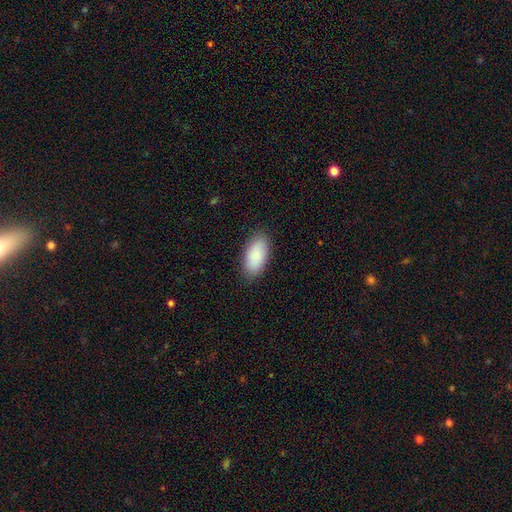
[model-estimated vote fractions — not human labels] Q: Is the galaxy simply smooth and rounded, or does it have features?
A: smooth — 89%.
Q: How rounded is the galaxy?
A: in between — 93%.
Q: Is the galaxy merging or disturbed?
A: none — 87%.